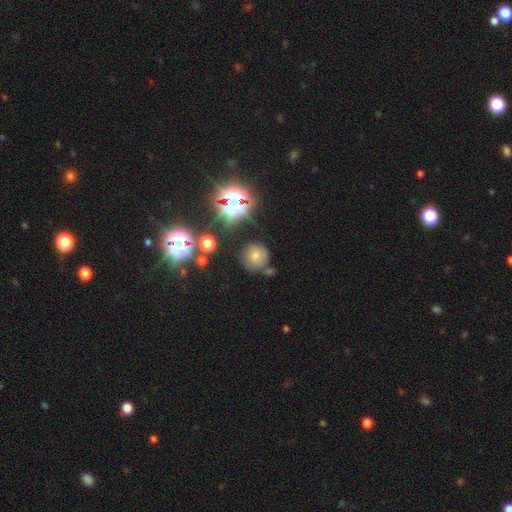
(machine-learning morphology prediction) Smooth or featured? smooth (62%)
How rounded? round (91%)
Merging? none (73%)